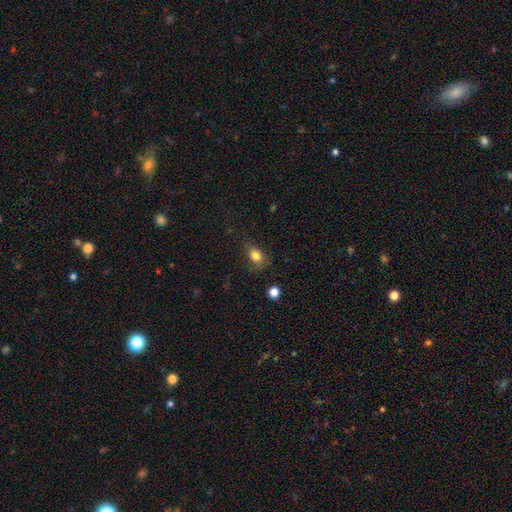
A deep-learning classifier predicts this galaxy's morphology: The model was most divided on "how rounded": in between: 71%, round: 27%, cigar-shaped: 2%. More confident: smooth or featured — smooth (82%); merging — none (67%).